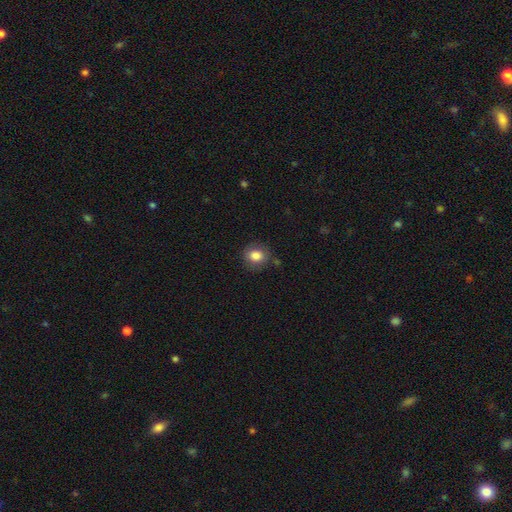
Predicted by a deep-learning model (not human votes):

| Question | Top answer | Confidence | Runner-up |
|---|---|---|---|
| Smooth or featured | smooth | 83% | star or artifact (9%) |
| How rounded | round | 70% | in between (29%) |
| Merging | none | 82% | minor disturbance (13%) |